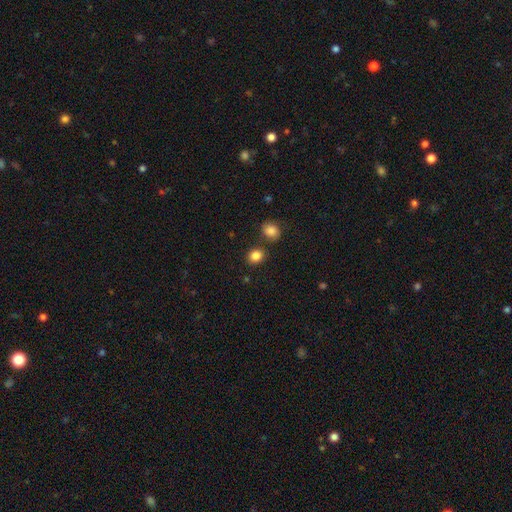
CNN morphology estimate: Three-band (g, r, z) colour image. It shows a smooth galaxy with no disk features (85%) that is round (65%). Merging: none (76%).